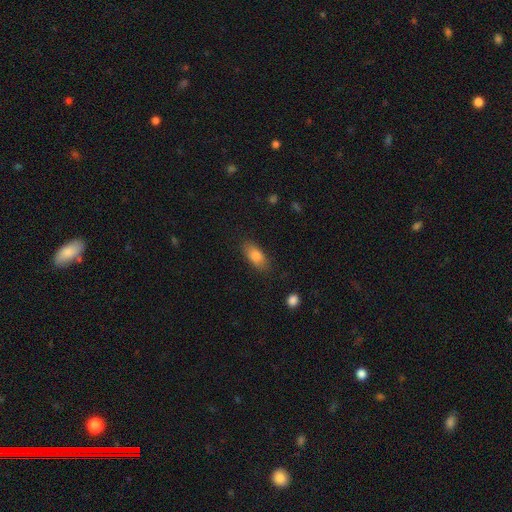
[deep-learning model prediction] This appears to be a smooth galaxy with no disk features (83%) that is in between round and cigar-shaped (86%). Merging: none (82%).